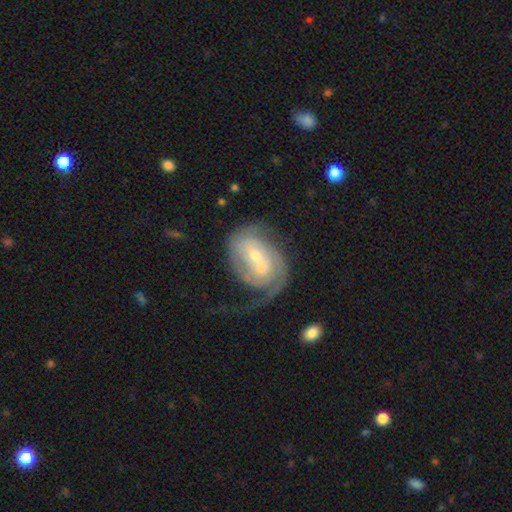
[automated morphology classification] Q: Smooth or featured?
A: featured or disk (82%); runner-up: smooth (13%)
Q: Edge-on disk?
A: no (97%); runner-up: yes (3%)
Q: Bar?
A: no (49%); runner-up: weak (39%)
Q: Spiral arms?
A: yes (92%); runner-up: no (8%)
Q: Spiral winding?
A: tight (46%); runner-up: medium (35%)
Q: Spiral arm count?
A: 2 (47%); runner-up: 1 (27%)
Q: Bulge size?
A: small (54%); runner-up: moderate (40%)
Q: Merging?
A: none (31%); runner-up: merger (28%)